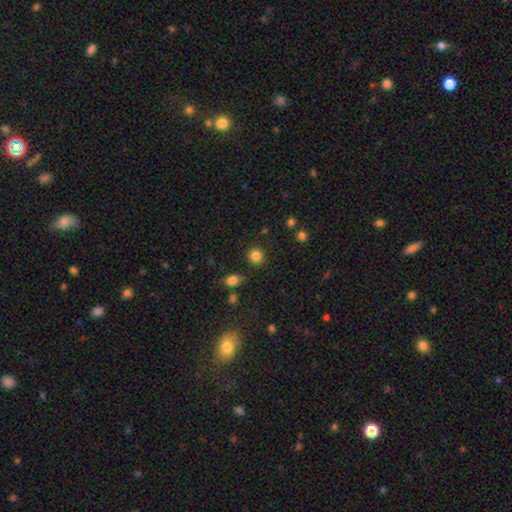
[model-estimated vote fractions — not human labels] smooth-or-featured: smooth: 84% | star or artifact: 12% | featured or disk: 4%
  how-rounded: round: 89% | in between: 10% | cigar-shaped: 1%
  merging: none: 85% | minor disturbance: 9% | merger: 3% | major disturbance: 3%